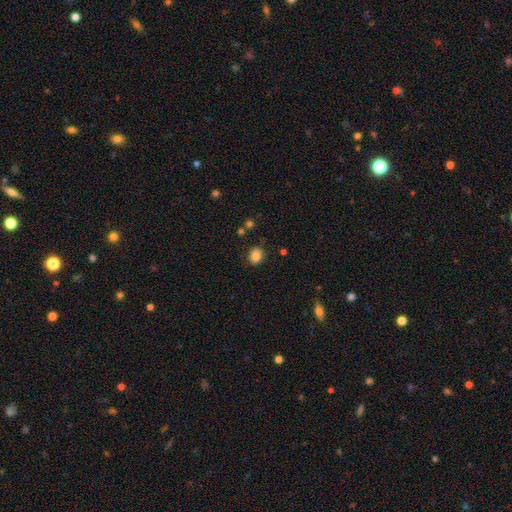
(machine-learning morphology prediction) Smooth or featured?
  - smooth: 82% *
  - star or artifact: 11%
  - featured or disk: 7%
How rounded?
  - round: 57% *
  - in between: 42%
  - cigar-shaped: 1%
Merging?
  - none: 81% *
  - minor disturbance: 13%
  - major disturbance: 3%
  - merger: 3%